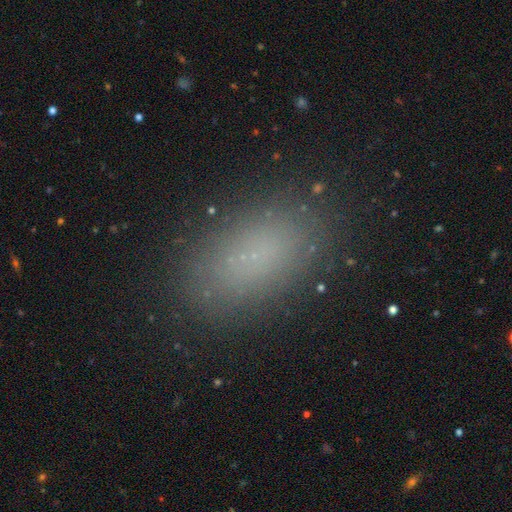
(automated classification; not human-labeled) Overall: smooth (81%). How rounded: in between (91%). Merging: none (87%).